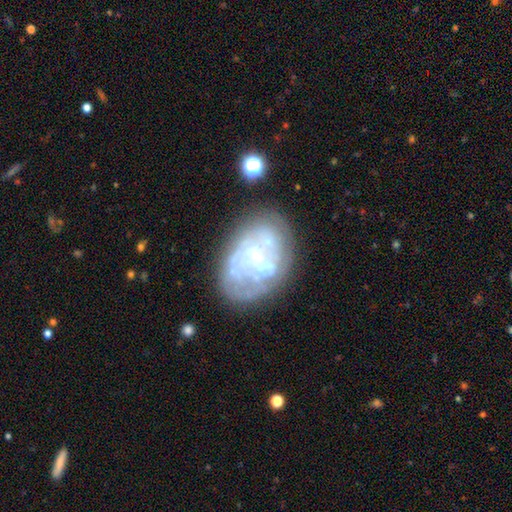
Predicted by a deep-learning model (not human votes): Q: Smooth or featured?
A: featured or disk (71%); runner-up: smooth (19%)
Q: Edge-on disk?
A: no (97%); runner-up: yes (3%)
Q: Bar?
A: no (81%); runner-up: weak (15%)
Q: Spiral arms?
A: no (57%); runner-up: yes (43%)
Q: Bulge size?
A: small (61%); runner-up: none (19%)
Q: Merging?
A: none (56%); runner-up: minor disturbance (21%)